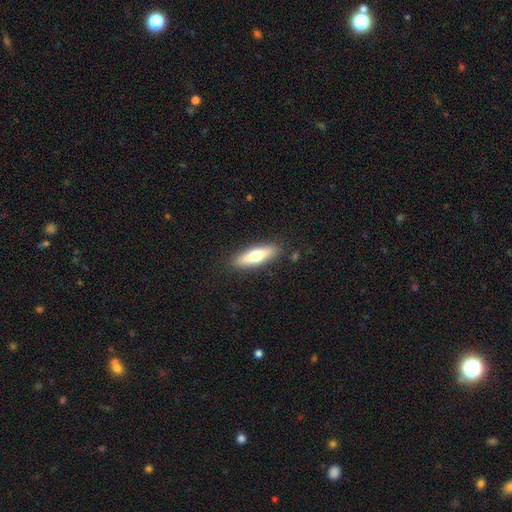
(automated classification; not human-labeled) smooth_or_featured: smooth (p=0.56) [alt: featured or disk p=0.38]
how_rounded: cigar-shaped (p=0.63) [alt: in between p=0.35]
merging: none (p=0.88) [alt: minor disturbance p=0.09]